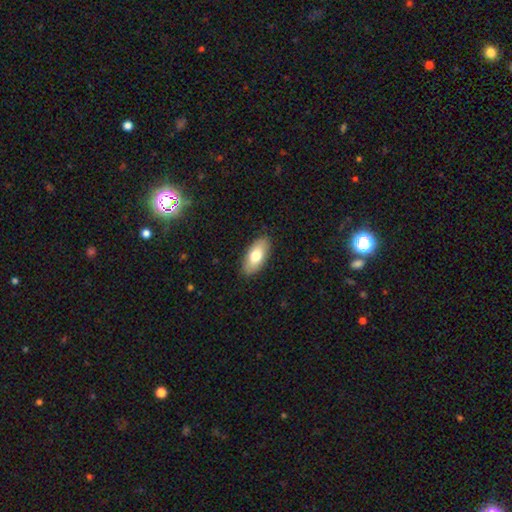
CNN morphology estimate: Overall: smooth (75%). How rounded: in between (88%). Merging: none (88%).